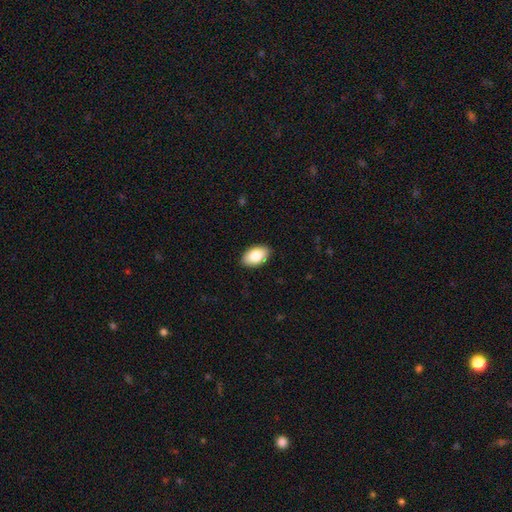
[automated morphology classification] Overall: smooth (84%). How rounded: in between (94%). Merging: none (89%).